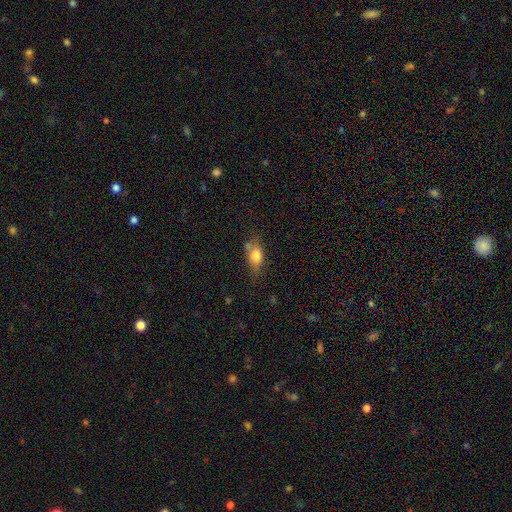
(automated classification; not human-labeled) A smooth galaxy with no disk features (75%) that is in between round and cigar-shaped (79%).

Vote fractions:
- Smooth or featured? smooth: 75% / featured or disk: 17% / star or artifact: 9%
- How rounded? in between: 79% / round: 12% / cigar-shaped: 9%
- Merging? none: 51% / minor disturbance: 29% / merger: 10% / major disturbance: 10%